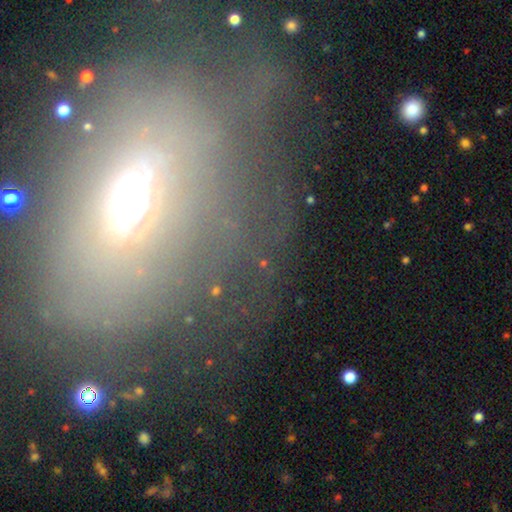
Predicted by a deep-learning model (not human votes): Q: Smooth or featured?
A: featured or disk (38%); runner-up: smooth (35%)
Q: Merging?
A: none (54%); runner-up: major disturbance (24%)